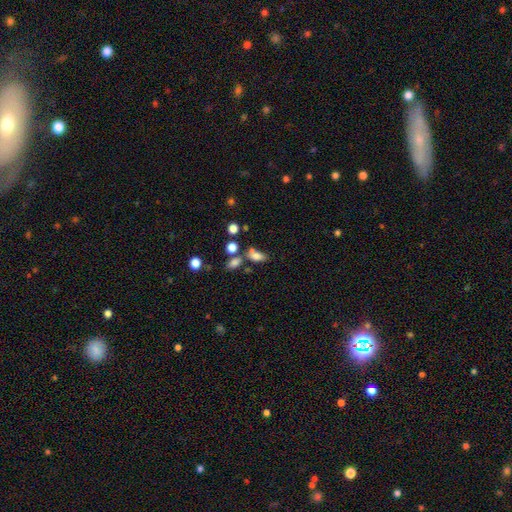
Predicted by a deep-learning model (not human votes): smooth 76%, featured or disk 12%, star or artifact 12%. Down the decision tree: how rounded — in between (85%); merging — none (47%).